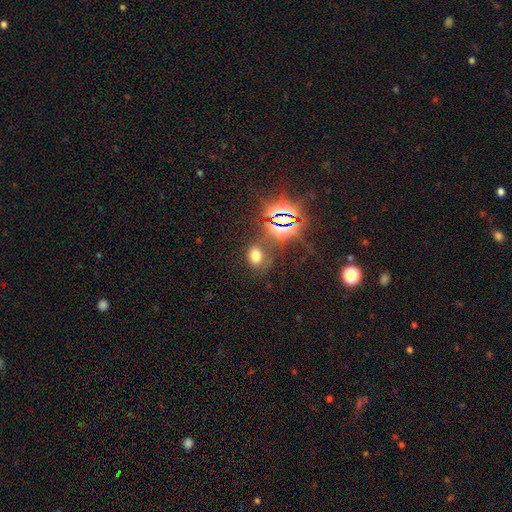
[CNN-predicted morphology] Smooth or featured? smooth (57%)
How rounded? in between (65%)
Merging? none (64%)